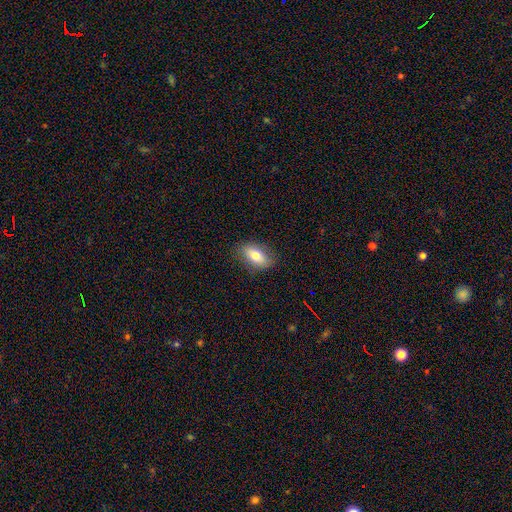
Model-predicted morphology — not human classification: The model was most divided on "smooth or featured": smooth: 73%, featured or disk: 20%, star or artifact: 7%. More confident: how rounded — in between (88%); merging — none (81%).